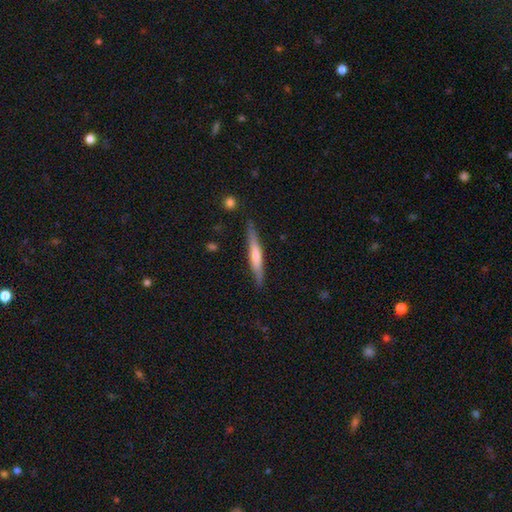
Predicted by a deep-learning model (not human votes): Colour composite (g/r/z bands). It shows a featured or disk galaxy (48%). Merging: none (85%).